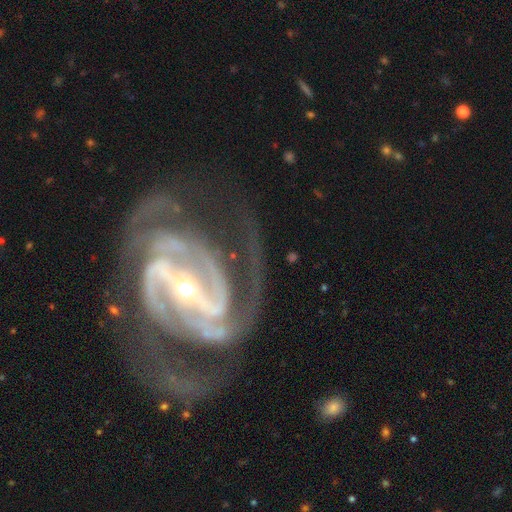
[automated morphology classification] Smooth or featured? featured or disk (93%)
Edge-on disk? no (97%)
Bar? strong (75%)
Spiral arms? yes (98%)
Spiral winding? tight (48%)
Spiral arm count? 2 (44%)
Bulge size? small (70%)
Merging? none (61%)